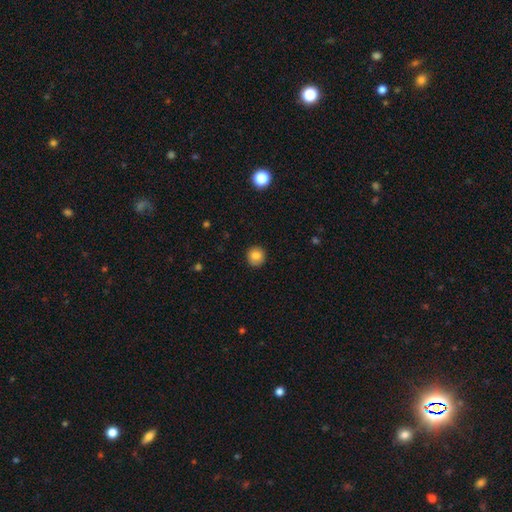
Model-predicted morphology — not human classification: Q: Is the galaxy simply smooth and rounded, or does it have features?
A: smooth — 81%.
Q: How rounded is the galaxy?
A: round — 92%.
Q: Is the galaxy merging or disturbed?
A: none — 89%.